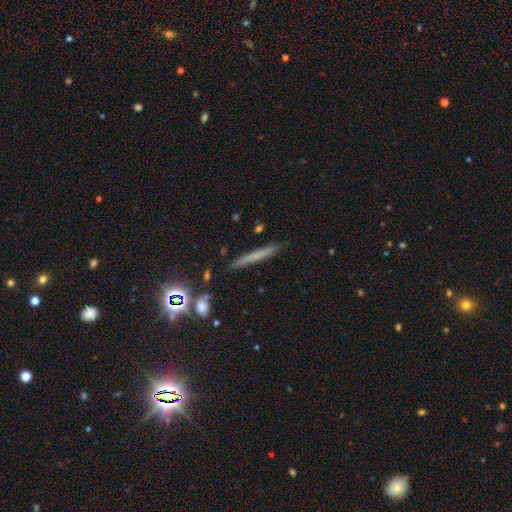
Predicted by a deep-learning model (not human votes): Smooth or featured?
  - smooth: 55% *
  - featured or disk: 30%
  - star or artifact: 15%
How rounded?
  - cigar-shaped: 94% *
  - in between: 3%
  - round: 3%
Merging?
  - none: 86% *
  - minor disturbance: 9%
  - merger: 2%
  - major disturbance: 2%